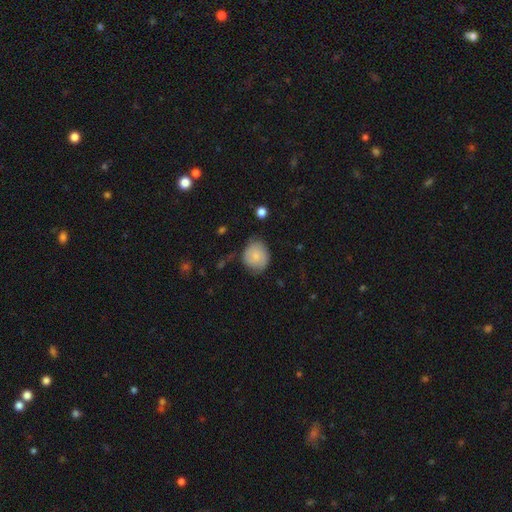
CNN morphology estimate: This appears to be a smooth galaxy with no disk features (75%) that is round (77%). Merging: none (64%).